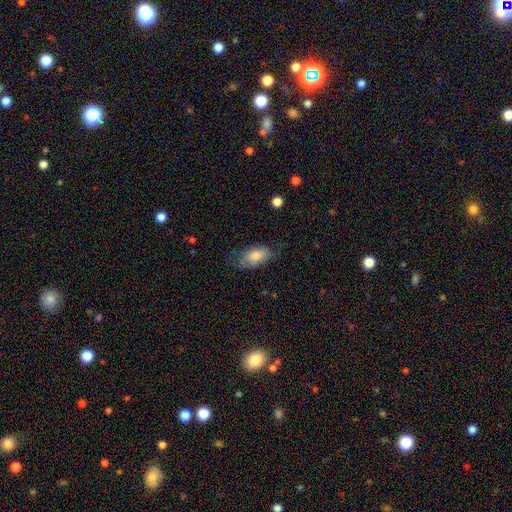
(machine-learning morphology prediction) smooth 76%, featured or disk 17%, star or artifact 7%. Down the decision tree: how rounded — in between (91%); merging — none (65%).